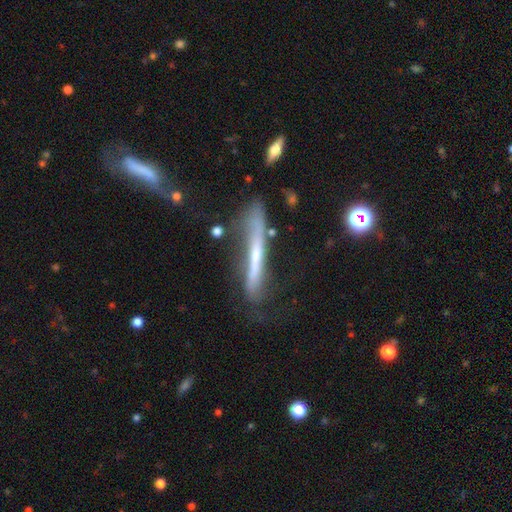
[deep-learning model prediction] Smooth or featured? Predicted: featured or disk (p=0.67). Edge-on disk? Predicted: yes (p=0.87). Edge-on bulge? Predicted: none (p=0.50). Merging? Predicted: none (p=0.63).